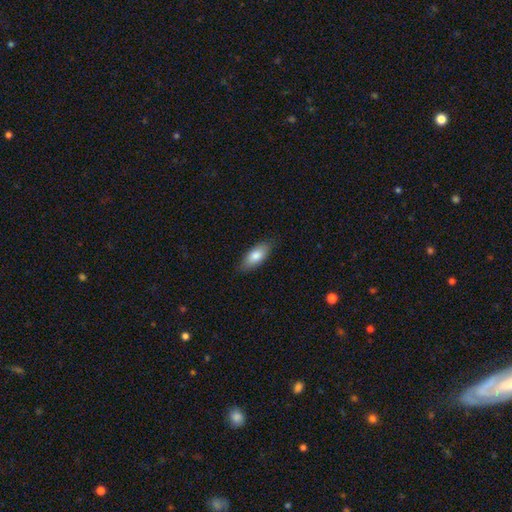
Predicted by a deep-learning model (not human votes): A smooth galaxy with no disk features (81%) that is in between round and cigar-shaped (83%).

Vote fractions:
- Smooth or featured? smooth: 81% / featured or disk: 13% / star or artifact: 6%
- How rounded? in between: 83% / cigar-shaped: 15% / round: 2%
- Merging? none: 84% / minor disturbance: 13% / major disturbance: 2% / merger: 1%